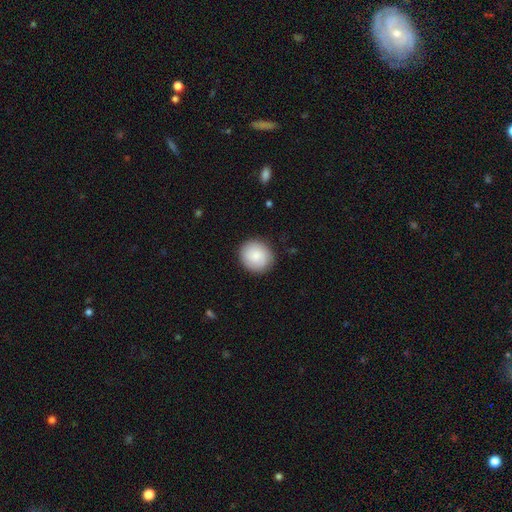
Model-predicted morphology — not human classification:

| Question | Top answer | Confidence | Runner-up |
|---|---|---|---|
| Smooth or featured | smooth | 79% | featured or disk (15%) |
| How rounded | round | 86% | in between (13%) |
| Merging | none | 88% | minor disturbance (9%) |